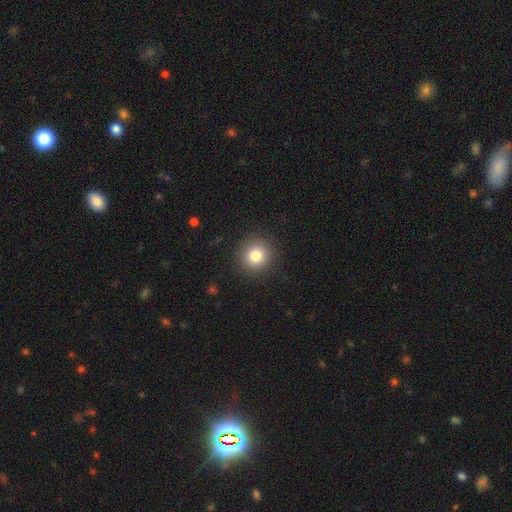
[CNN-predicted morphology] Smooth or featured: smooth — 82% (star or artifact — 11%)
How rounded: round — 92% (in between — 7%)
Merging: none — 91% (minor disturbance — 6%)